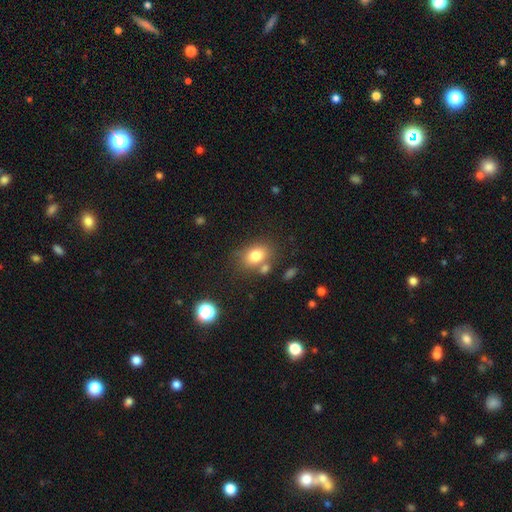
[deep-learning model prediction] This is likely a smooth galaxy (78%). How rounded: likely in between (70%). Merging: likely none (64%).